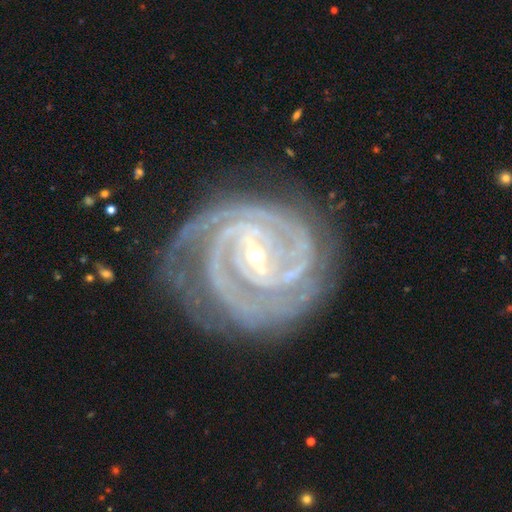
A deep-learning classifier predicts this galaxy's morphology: type=featured or disk (93%); edge-on=no (97%); bar=strong (46%); spiral arms=yes (99%); winding=tight (78%); arm count=3 (30%); bulge=small (67%); merging=none (72%).